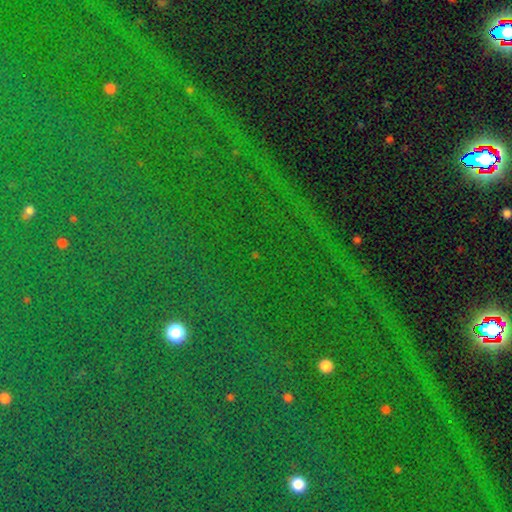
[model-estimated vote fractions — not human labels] Smooth or featured: star or artifact — 76% (smooth — 16%)